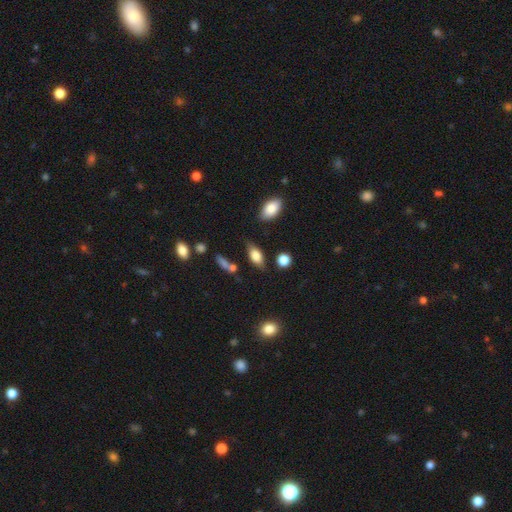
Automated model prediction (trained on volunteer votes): smooth_or_featured: smooth (p=0.72) [alt: featured or disk p=0.20]
how_rounded: in between (p=0.84) [alt: cigar-shaped p=0.10]
merging: none (p=0.70) [alt: minor disturbance p=0.19]